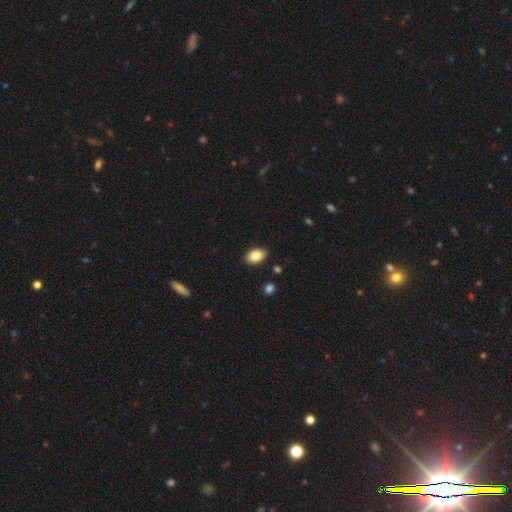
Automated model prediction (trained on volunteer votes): A smooth galaxy with no disk features (85%) that is in between round and cigar-shaped (85%). Merging: none (89%).